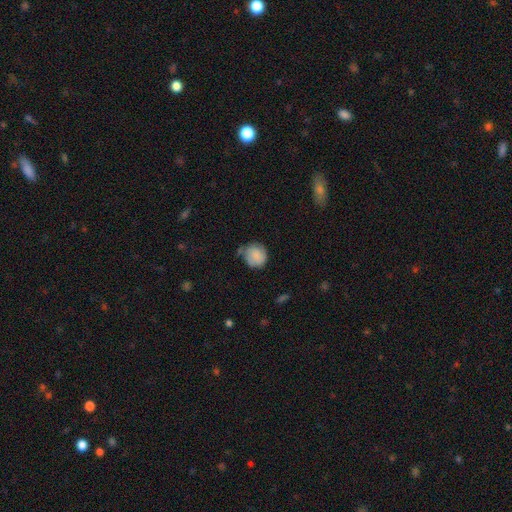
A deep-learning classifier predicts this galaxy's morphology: Smooth or featured: smooth — 82% (featured or disk — 11%)
How rounded: round — 84% (in between — 15%)
Merging: none — 55% (minor disturbance — 30%)